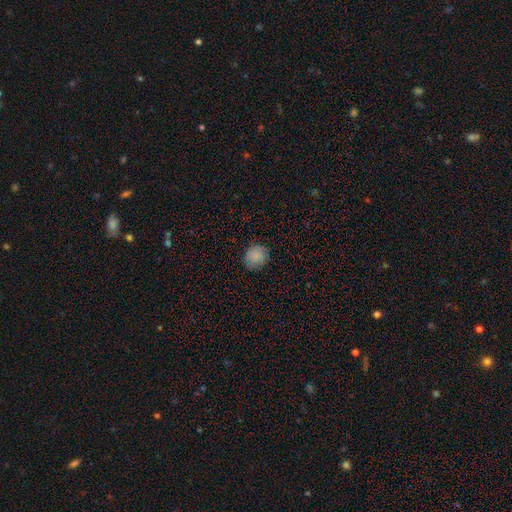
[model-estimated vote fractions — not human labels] Smooth or featured: smooth — 86% (star or artifact — 9%)
How rounded: round — 76% (in between — 23%)
Merging: none — 84% (minor disturbance — 12%)